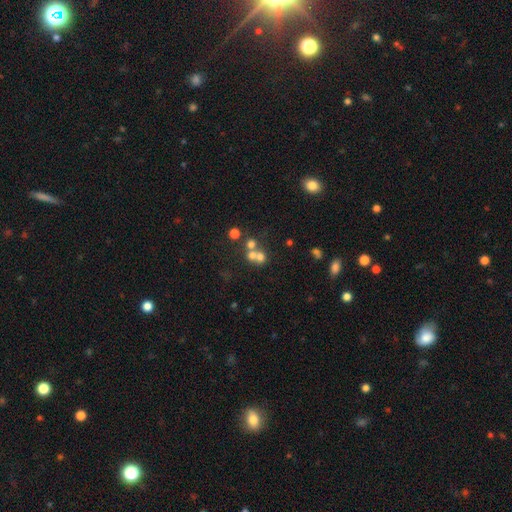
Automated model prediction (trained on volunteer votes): This is possibly a smooth galaxy (58%). How rounded: clearly round (82%). Merging: possibly merger (54%).